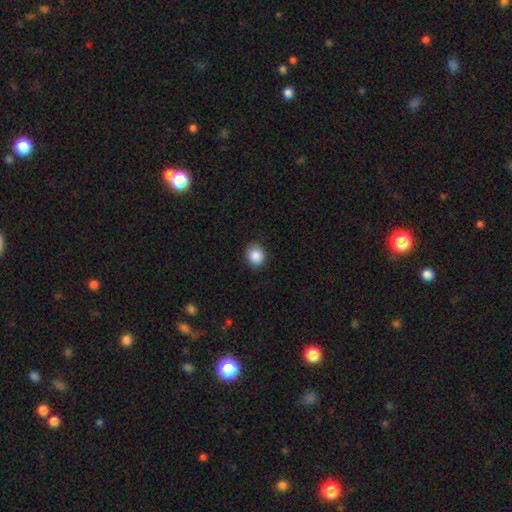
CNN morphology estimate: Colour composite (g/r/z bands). It shows a smooth galaxy with no disk features (89%) that is round (76%). Merging: none (88%).